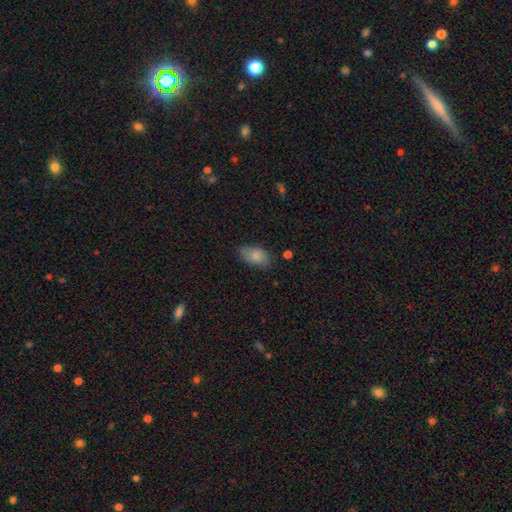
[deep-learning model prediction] Morphology: type=smooth (83%); roundness=in between (92%); merging=none (73%).